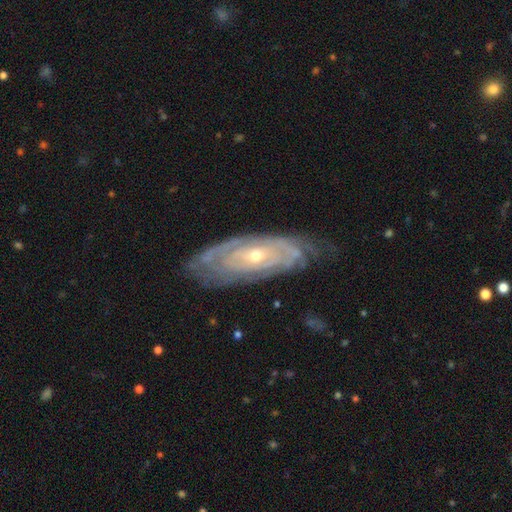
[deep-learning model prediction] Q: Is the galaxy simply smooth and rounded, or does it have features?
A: featured or disk — 84%.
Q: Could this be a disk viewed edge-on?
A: no — 87%.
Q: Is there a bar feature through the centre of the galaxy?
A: no — 74%.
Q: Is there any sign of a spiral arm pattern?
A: yes — 89%.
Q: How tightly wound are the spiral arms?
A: tight — 79%.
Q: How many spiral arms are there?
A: can't tell — 54%.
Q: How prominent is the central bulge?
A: small — 60%.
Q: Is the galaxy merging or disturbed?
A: none — 73%.